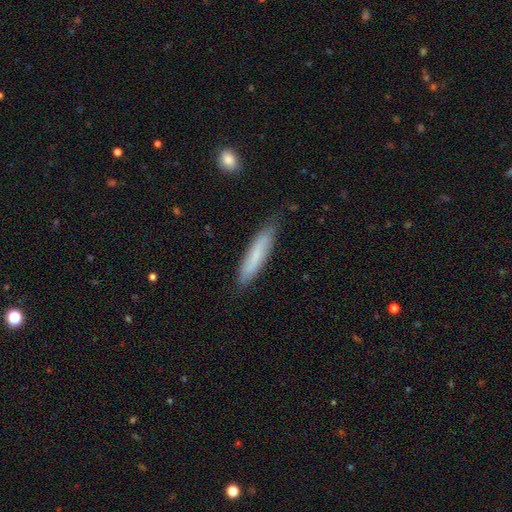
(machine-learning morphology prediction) This is likely a smooth galaxy (71%). How rounded: clearly cigar-shaped (85%). Merging: likely none (79%).